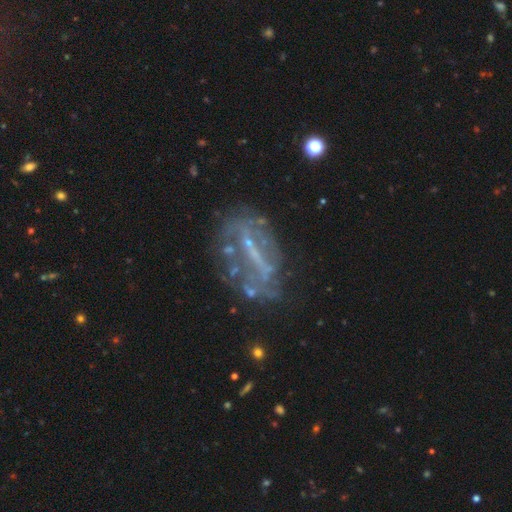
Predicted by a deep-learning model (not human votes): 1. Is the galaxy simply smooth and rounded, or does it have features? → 64% featured or disk, 20% star or artifact, 16% smooth.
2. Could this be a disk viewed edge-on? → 83% no, 17% yes.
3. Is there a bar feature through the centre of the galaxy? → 46% strong, 27% no, 26% weak.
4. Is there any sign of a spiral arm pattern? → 59% no, 41% yes.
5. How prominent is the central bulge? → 53% none, 34% small, 10% moderate, 2% large, 1% dominant.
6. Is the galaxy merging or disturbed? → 57% none, 19% minor disturbance, 18% major disturbance, 5% merger.